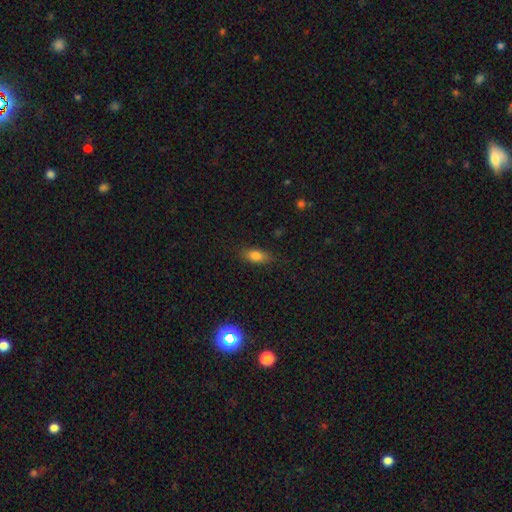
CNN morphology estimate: smooth_or_featured: smooth (p=0.79) [alt: featured or disk p=0.11]
how_rounded: in between (p=0.82) [alt: cigar-shaped p=0.12]
merging: none (p=0.81) [alt: minor disturbance p=0.14]